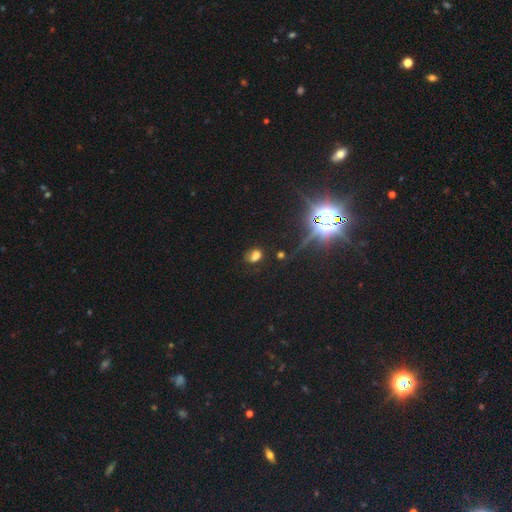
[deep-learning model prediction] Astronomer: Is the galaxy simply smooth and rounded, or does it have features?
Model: smooth — 62%.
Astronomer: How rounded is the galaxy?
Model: in between — 71%.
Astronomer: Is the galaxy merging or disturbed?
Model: none — 59%.